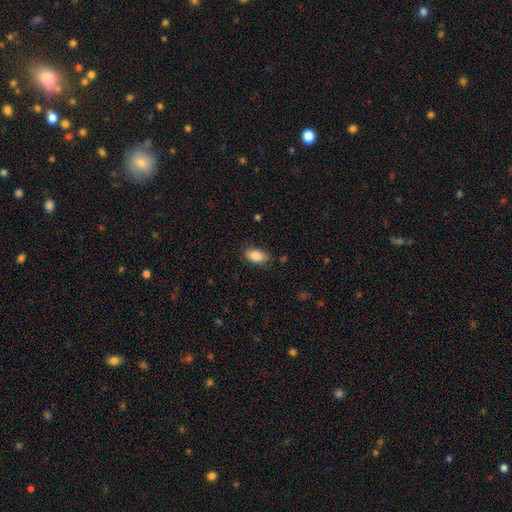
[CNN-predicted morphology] Smooth or featured? Predicted: smooth (p=0.87). How rounded? Predicted: in between (p=0.92). Merging? Predicted: none (p=0.81).